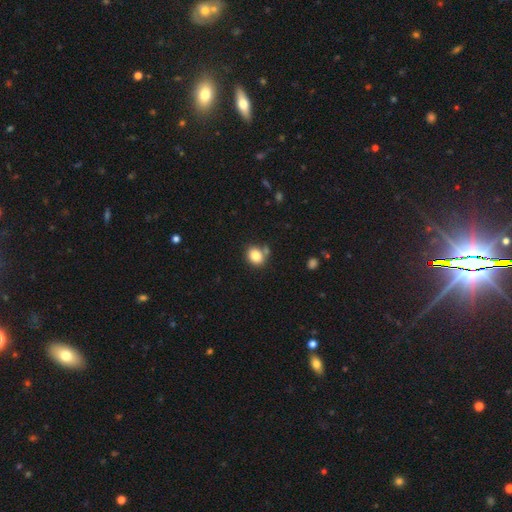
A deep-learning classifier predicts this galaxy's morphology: Smooth or featured? Predicted: smooth (p=0.82). How rounded? Predicted: round (p=0.62). Merging? Predicted: none (p=0.68).